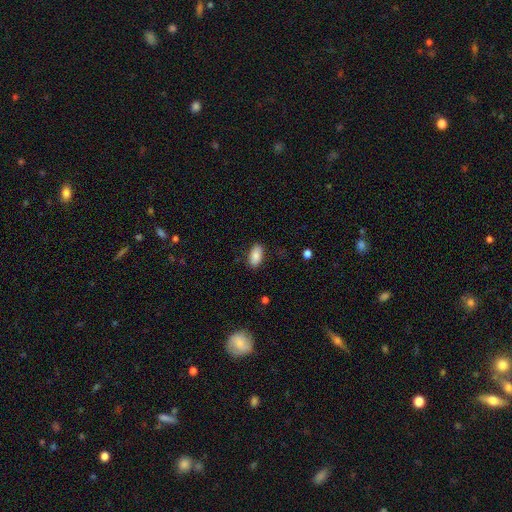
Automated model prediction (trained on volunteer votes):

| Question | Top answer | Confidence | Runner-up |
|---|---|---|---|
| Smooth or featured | smooth | 85% | featured or disk (8%) |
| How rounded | in between | 93% | cigar-shaped (4%) |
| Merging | none | 84% | minor disturbance (12%) |